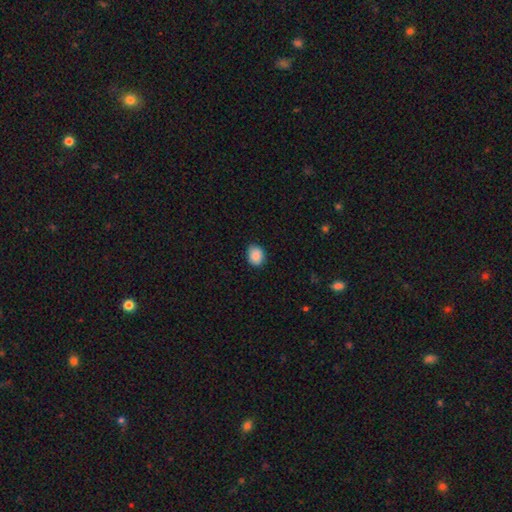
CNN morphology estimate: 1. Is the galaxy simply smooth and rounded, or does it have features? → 88% smooth, 8% star or artifact, 4% featured or disk.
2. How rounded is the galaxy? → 52% round, 47% in between, 1% cigar-shaped.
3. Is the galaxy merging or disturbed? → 85% none, 12% minor disturbance, 2% major disturbance, 1% merger.